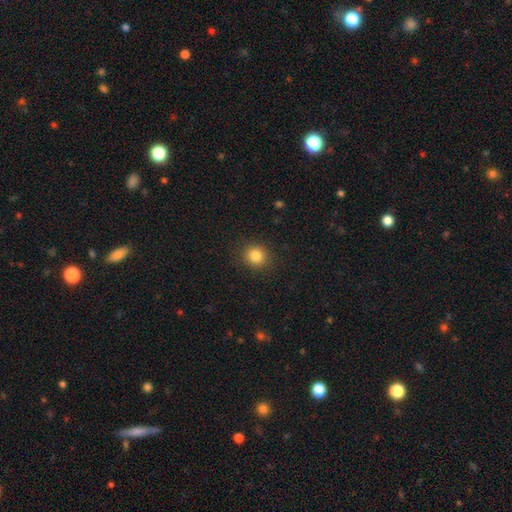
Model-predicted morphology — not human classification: type=smooth (84%); roundness=round (84%); merging=none (89%).